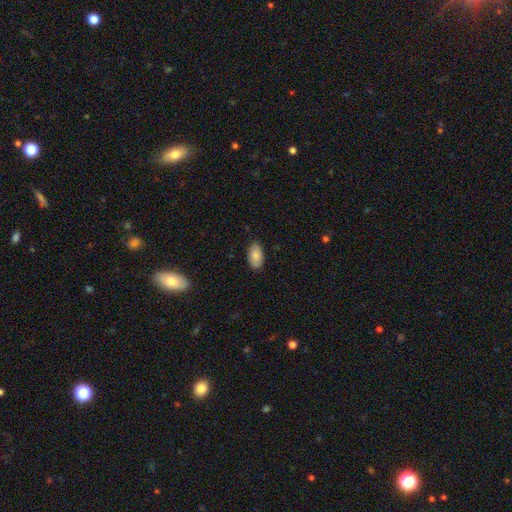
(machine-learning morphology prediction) Q: Smooth or featured?
A: smooth (84%); runner-up: featured or disk (10%)
Q: How rounded?
A: in between (95%); runner-up: round (3%)
Q: Merging?
A: none (85%); runner-up: minor disturbance (12%)